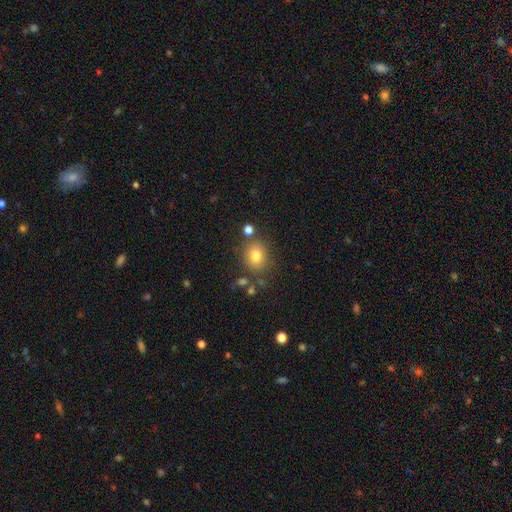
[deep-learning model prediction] A smooth galaxy with no disk features (78%) that is round (66%).

Vote fractions:
- Smooth or featured? smooth: 78% / star or artifact: 13% / featured or disk: 9%
- How rounded? round: 66% / in between: 33% / cigar-shaped: 1%
- Merging? none: 78% / minor disturbance: 11% / merger: 7% / major disturbance: 4%